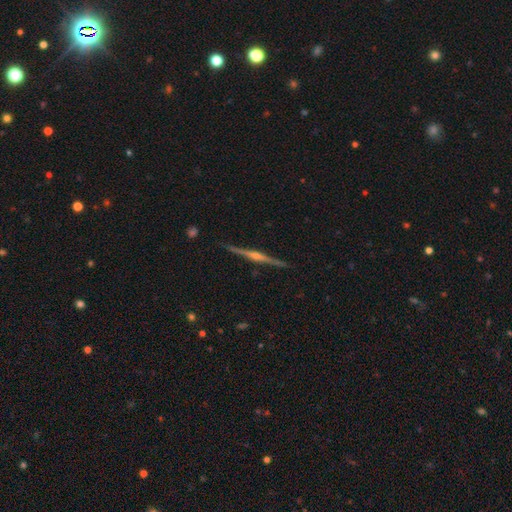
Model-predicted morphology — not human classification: smooth_or_featured: featured or disk (p=0.84) [alt: smooth p=0.10]
disk_edge_on: yes (p=0.98) [alt: no p=0.02]
edge_on_bulge: rounded (p=0.84) [alt: none p=0.09]
merging: none (p=0.90) [alt: minor disturbance p=0.07]